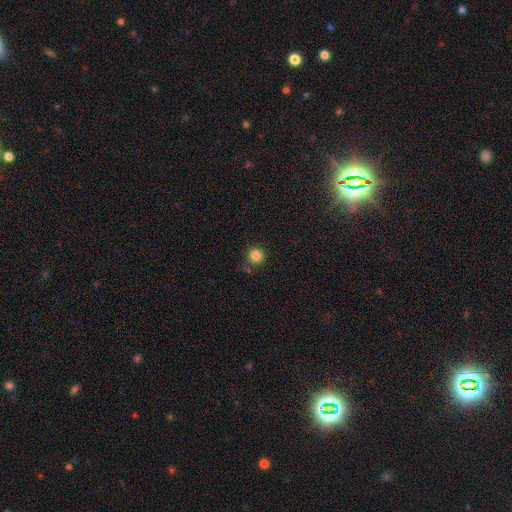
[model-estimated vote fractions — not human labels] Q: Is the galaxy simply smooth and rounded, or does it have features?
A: smooth — 84%.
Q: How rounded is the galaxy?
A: round — 95%.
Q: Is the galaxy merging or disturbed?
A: none — 84%.